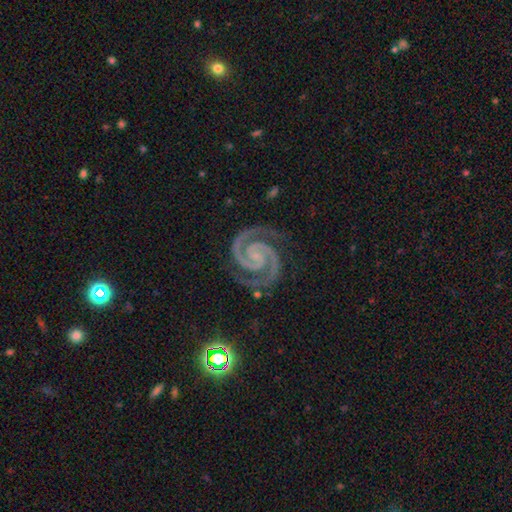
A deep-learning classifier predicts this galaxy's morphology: Smooth or featured?
  - featured or disk: 94% *
  - star or artifact: 4%
  - smooth: 2%
Edge-on disk?
  - no: 98% *
  - yes: 2%
Bar?
  - no: 52% *
  - weak: 31%
  - strong: 17%
Spiral arms?
  - yes: 99% *
  - no: 1%
Spiral winding?
  - tight: 69% *
  - medium: 29%
  - loose: 3%
Spiral arm count?
  - 2: 91% *
  - 3: 4%
  - can't tell: 1%
  - 4: 1%
  - 1: 1%
  - more than 4: 1%
Bulge size?
  - small: 62% *
  - none: 25%
  - moderate: 11%
  - large: 1%
  - dominant: 1%
Merging?
  - none: 83% *
  - minor disturbance: 12%
  - major disturbance: 3%
  - merger: 1%